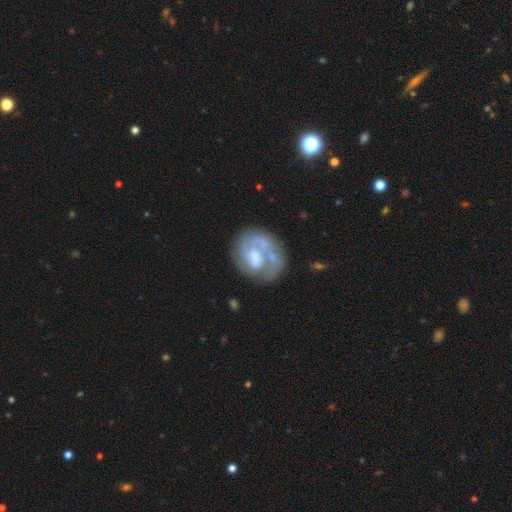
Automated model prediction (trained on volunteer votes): The model was most divided on "spiral arms": no: 52%, yes: 48%. Remaining: edge-on disk — no (97%); bar — no (67%); smooth or featured — featured or disk (62%); merging — none (50%); bulge size — moderate (39%).